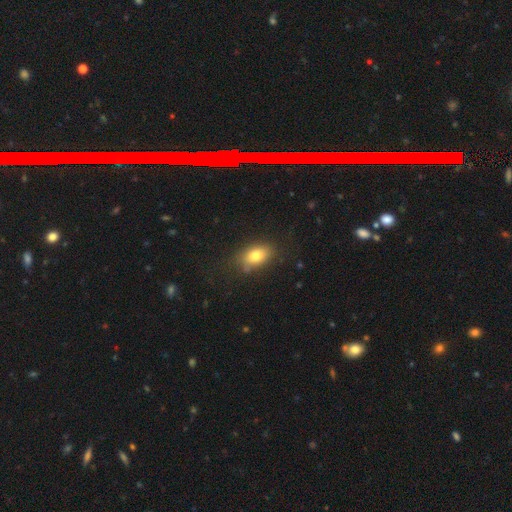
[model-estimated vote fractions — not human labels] smooth-or-featured: smooth: 79% | featured or disk: 12% | star or artifact: 9%
  how-rounded: in between: 85% | round: 12% | cigar-shaped: 2%
  merging: none: 75% | minor disturbance: 18% | major disturbance: 5% | merger: 2%